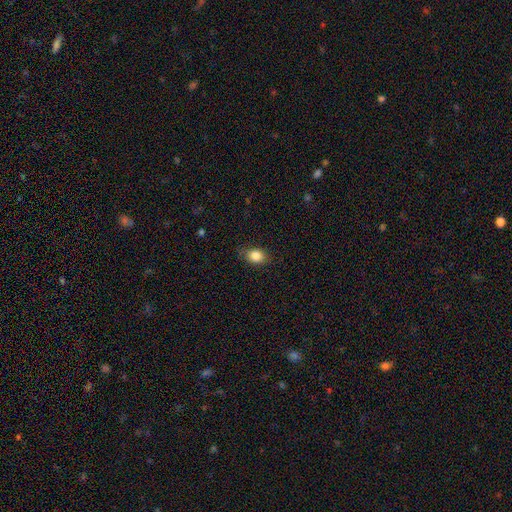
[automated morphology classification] smooth-or-featured: smooth: 85% | star or artifact: 9% | featured or disk: 6%
  how-rounded: in between: 66% | round: 32% | cigar-shaped: 1%
  merging: none: 79% | minor disturbance: 16% | major disturbance: 4% | merger: 1%